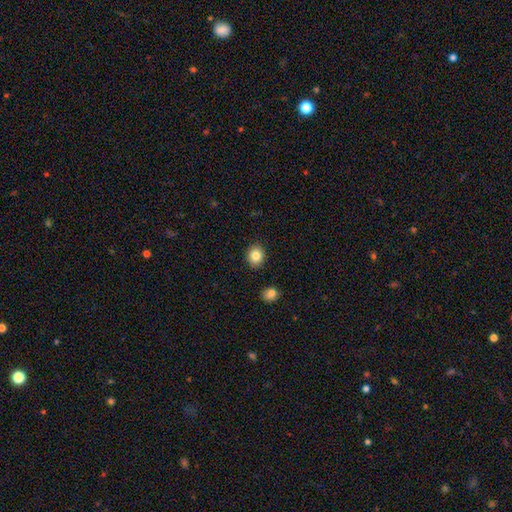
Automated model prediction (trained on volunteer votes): Overall: smooth (84%). How rounded: round (69%; in between 30%). Merging: none (89%).